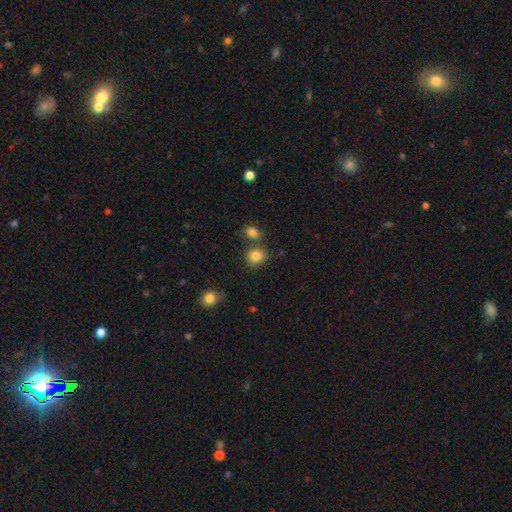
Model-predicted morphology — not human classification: Smooth or featured: smooth — 86% (star or artifact — 10%)
How rounded: round — 78% (in between — 22%)
Merging: none — 68% (merger — 17%)